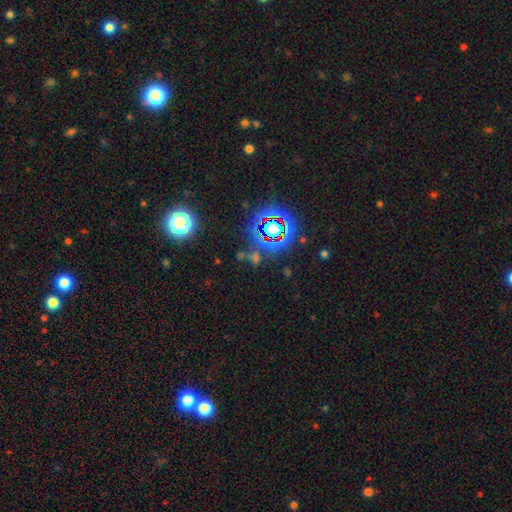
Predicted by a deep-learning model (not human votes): The model was most divided on "smooth or featured": star or artifact: 65%, smooth: 25%, featured or disk: 10%.